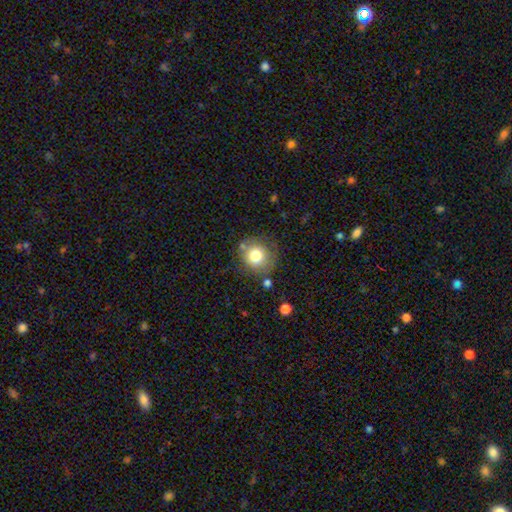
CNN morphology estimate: This appears to be a smooth galaxy with no disk features (76%) that is round (88%). Merging: none (75%).